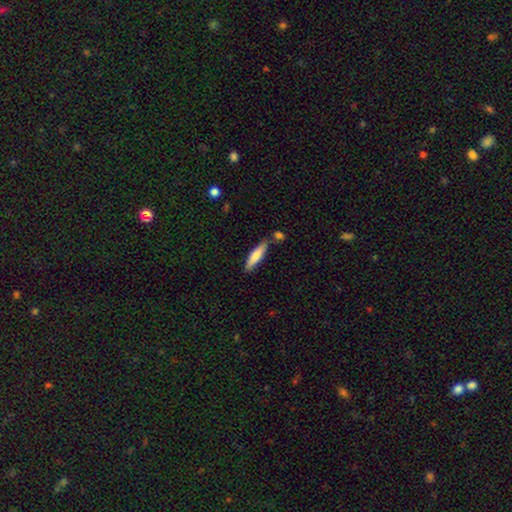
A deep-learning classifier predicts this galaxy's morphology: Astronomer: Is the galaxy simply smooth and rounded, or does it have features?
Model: smooth — 73%.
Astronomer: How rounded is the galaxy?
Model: cigar-shaped — 78%.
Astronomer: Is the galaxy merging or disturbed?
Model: none — 73%.